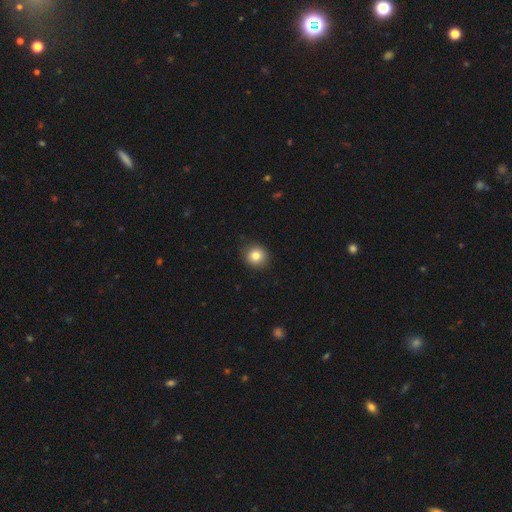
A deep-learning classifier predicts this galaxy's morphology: This is clearly a smooth galaxy (82%). How rounded: clearly round (90%). Merging: clearly none (90%).